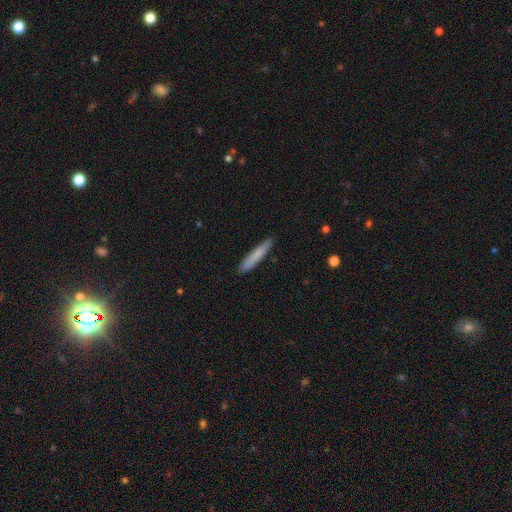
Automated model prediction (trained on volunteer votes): Overall: smooth (77%). How rounded: cigar-shaped (93%). Merging: none (88%).